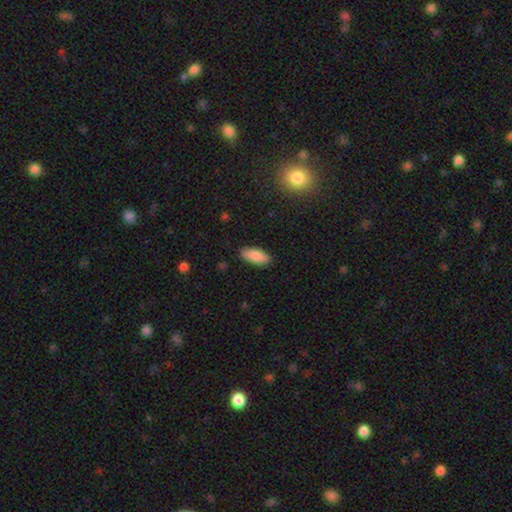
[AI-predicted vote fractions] Smooth or featured? smooth (88%)
How rounded? in between (84%)
Merging? none (88%)